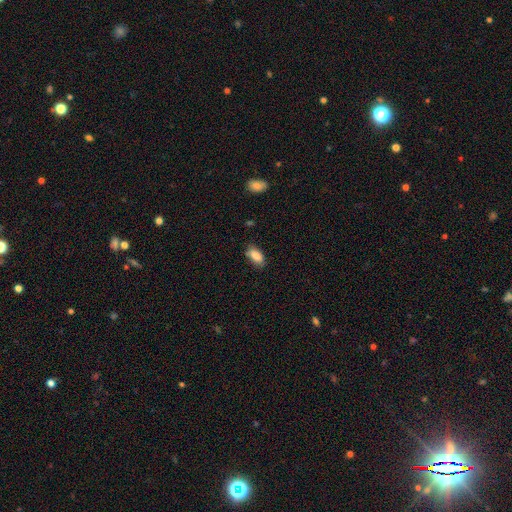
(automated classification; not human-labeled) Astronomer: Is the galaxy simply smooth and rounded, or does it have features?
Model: smooth — 86%.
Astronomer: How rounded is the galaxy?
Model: in between — 90%.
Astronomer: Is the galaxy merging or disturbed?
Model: none — 76%.